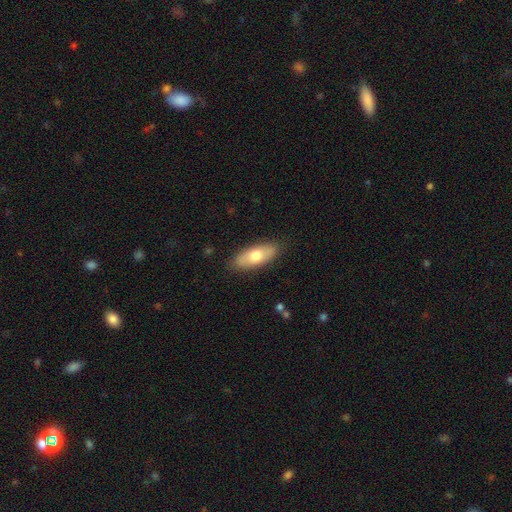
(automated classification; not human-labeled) smooth-or-featured: smooth: 68% | featured or disk: 26% | star or artifact: 6%
  how-rounded: in between: 78% | cigar-shaped: 19% | round: 3%
  merging: none: 86% | minor disturbance: 11% | major disturbance: 2% | merger: 1%